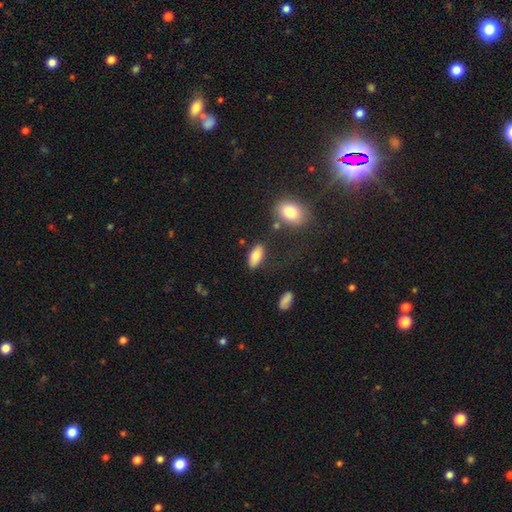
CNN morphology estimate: Smooth or featured?
  - smooth: 78% *
  - featured or disk: 15%
  - star or artifact: 7%
How rounded?
  - in between: 86% *
  - cigar-shaped: 11%
  - round: 3%
Merging?
  - none: 81% *
  - minor disturbance: 12%
  - merger: 4%
  - major disturbance: 3%